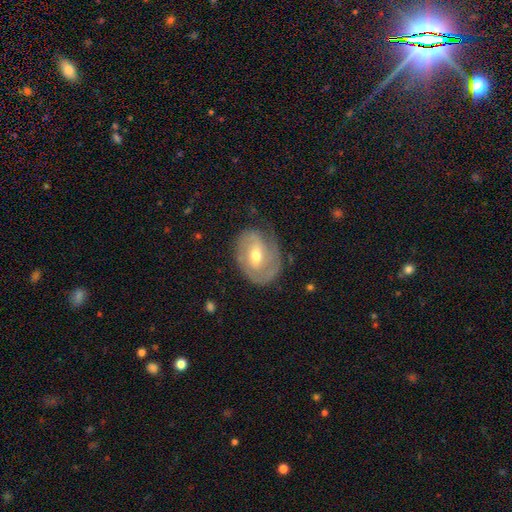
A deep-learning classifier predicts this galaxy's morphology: type=featured or disk (78%); edge-on=no (96%); bar=weak (47%); spiral arms=yes (88%); winding=tight (54%); arm count=2 (60%); bulge=moderate (67%); merging=none (69%).